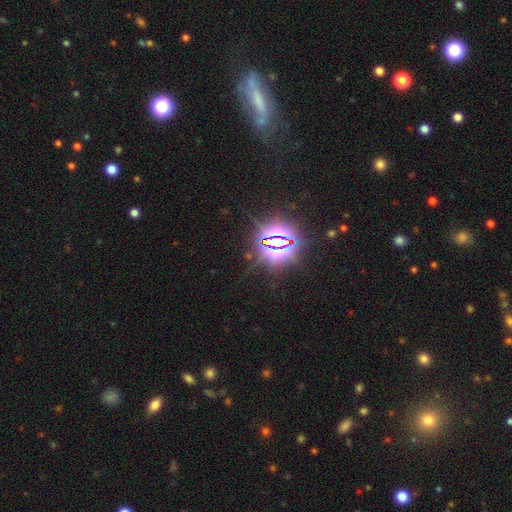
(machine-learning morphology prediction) Overall: star or artifact (74%).